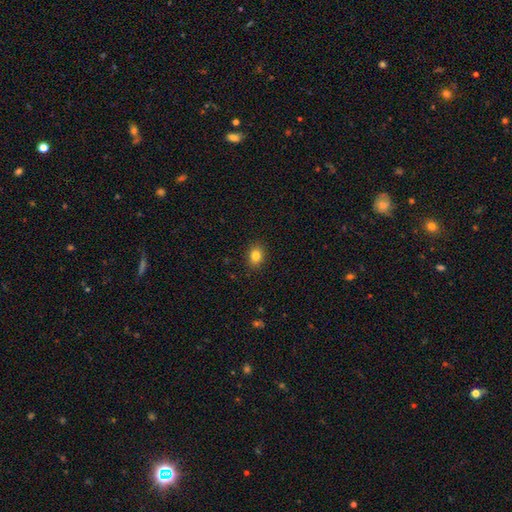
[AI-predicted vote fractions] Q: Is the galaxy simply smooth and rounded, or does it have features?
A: smooth — 83%.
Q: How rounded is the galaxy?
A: in between — 52%.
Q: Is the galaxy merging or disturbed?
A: none — 90%.